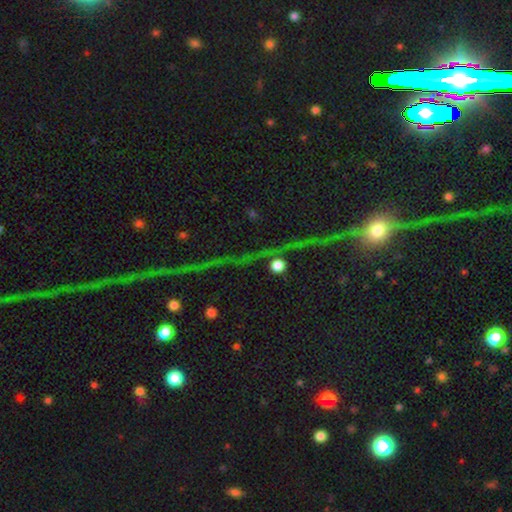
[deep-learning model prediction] star or artifact 66%, featured or disk 24%, smooth 9%.